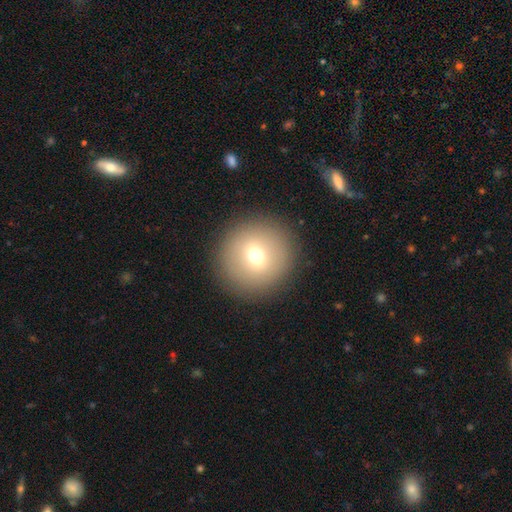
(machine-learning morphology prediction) smooth-or-featured: smooth: 69% | featured or disk: 19% | star or artifact: 12%
  how-rounded: round: 94% | in between: 5% | cigar-shaped: 1%
  merging: none: 90% | minor disturbance: 6% | major disturbance: 3% | merger: 1%